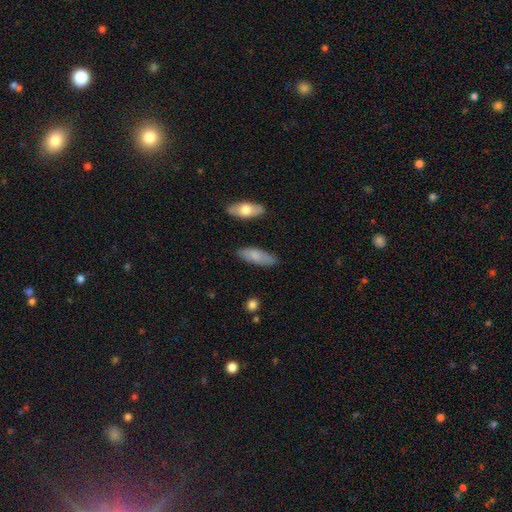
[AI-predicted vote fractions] Smooth or featured: smooth — 74% (featured or disk — 20%)
How rounded: in between — 71% (cigar-shaped — 26%)
Merging: none — 81% (minor disturbance — 14%)